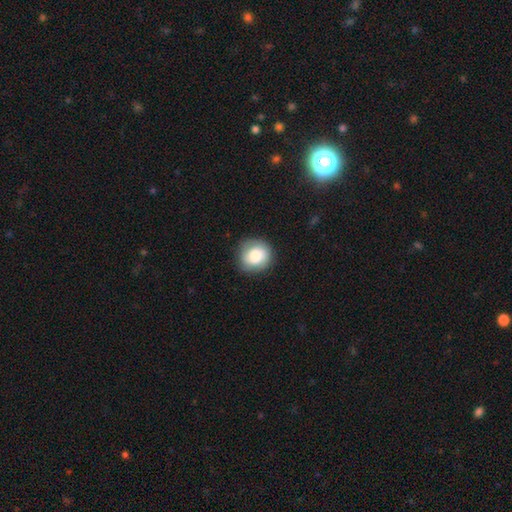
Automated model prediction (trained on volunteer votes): A smooth galaxy with no disk features (73%) that is round (88%).

Vote fractions:
- Smooth or featured? smooth: 73% / featured or disk: 20% / star or artifact: 8%
- How rounded? round: 88% / in between: 11% / cigar-shaped: 1%
- Merging? none: 82% / minor disturbance: 13% / major disturbance: 4% / merger: 1%